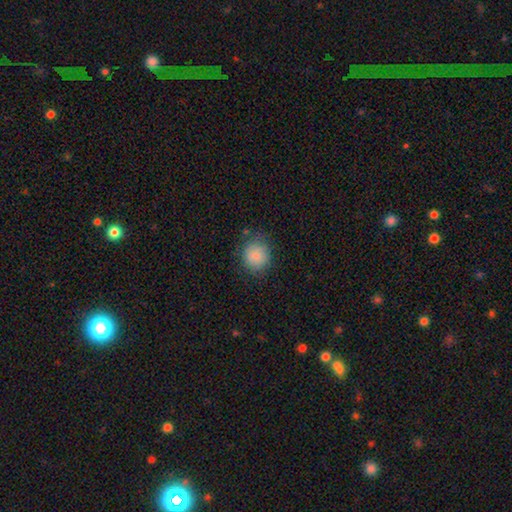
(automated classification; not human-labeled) Q: Smooth or featured?
A: smooth (84%); runner-up: star or artifact (9%)
Q: How rounded?
A: round (83%); runner-up: in between (16%)
Q: Merging?
A: none (78%); runner-up: minor disturbance (15%)